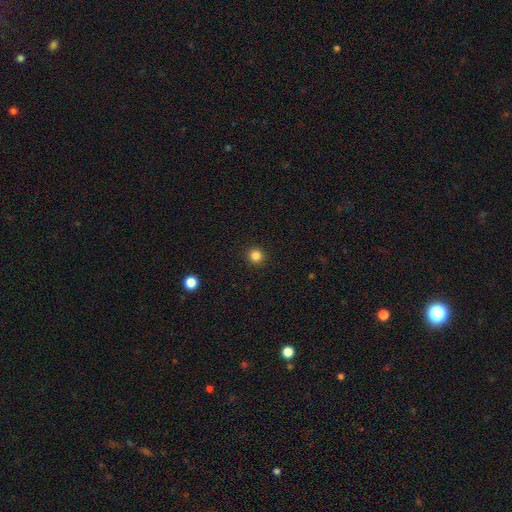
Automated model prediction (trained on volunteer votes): Smooth or featured?
  - smooth: 83% *
  - star or artifact: 13%
  - featured or disk: 4%
How rounded?
  - round: 94% *
  - in between: 5%
  - cigar-shaped: 1%
Merging?
  - none: 93% *
  - minor disturbance: 4%
  - major disturbance: 2%
  - merger: 1%